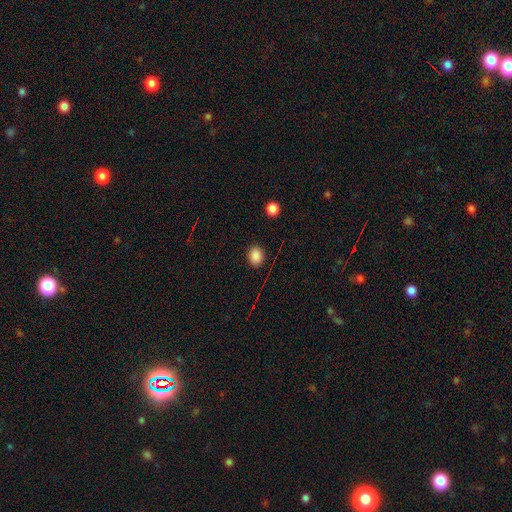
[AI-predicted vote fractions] smooth-or-featured: smooth: 86% | star or artifact: 10% | featured or disk: 4%
  how-rounded: in between: 55% | round: 44% | cigar-shaped: 1%
  merging: none: 87% | minor disturbance: 9% | major disturbance: 3% | merger: 1%